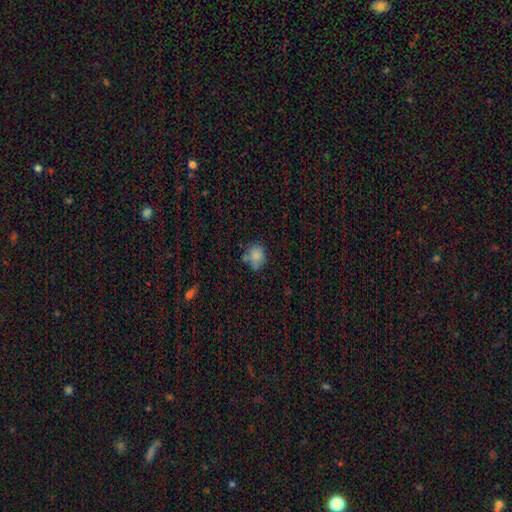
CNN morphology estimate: A smooth galaxy with no disk features (81%) that is round (61%). Merging: none (57%).